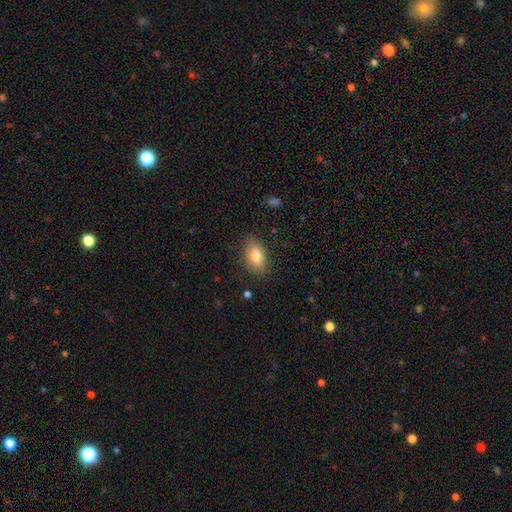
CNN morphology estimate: Smooth or featured? smooth (81%)
How rounded? in between (89%)
Merging? none (83%)